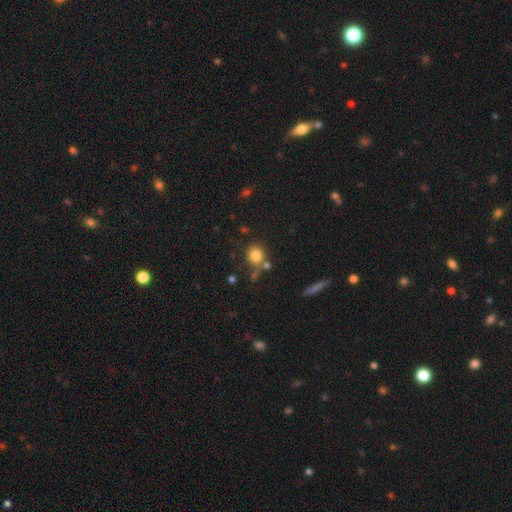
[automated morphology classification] smooth_or_featured: smooth (p=0.81) [alt: star or artifact p=0.11]
how_rounded: round (p=0.85) [alt: in between p=0.14]
merging: none (p=0.66) [alt: merger p=0.17]